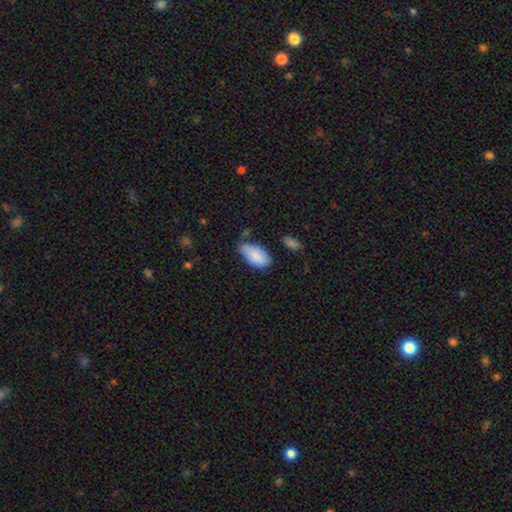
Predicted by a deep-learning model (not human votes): Smooth or featured: smooth — 86% (featured or disk — 7%)
How rounded: in between — 94% (cigar-shaped — 4%)
Merging: none — 54% (minor disturbance — 34%)